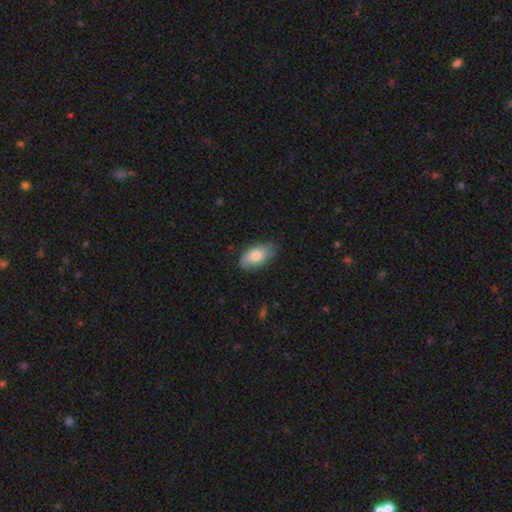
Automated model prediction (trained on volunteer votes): A smooth galaxy with no disk features (77%) that is in between round and cigar-shaped (92%).

Vote fractions:
- Smooth or featured? smooth: 77% / featured or disk: 17% / star or artifact: 6%
- How rounded? in between: 92% / cigar-shaped: 4% / round: 3%
- Merging? none: 79% / minor disturbance: 17% / major disturbance: 3% / merger: 1%